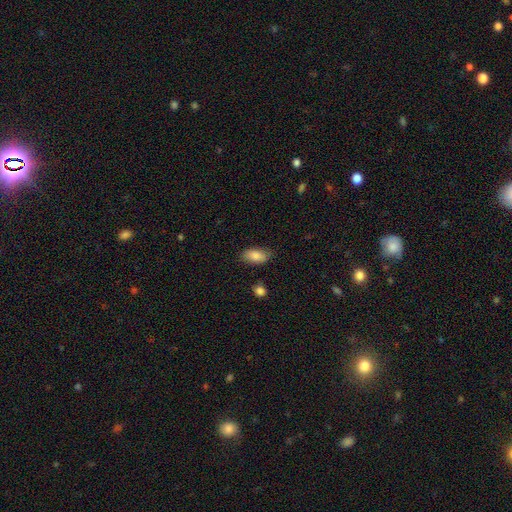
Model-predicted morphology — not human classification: Smooth or featured: smooth — 83% (featured or disk — 10%)
How rounded: in between — 91% (cigar-shaped — 6%)
Merging: none — 81% (minor disturbance — 14%)